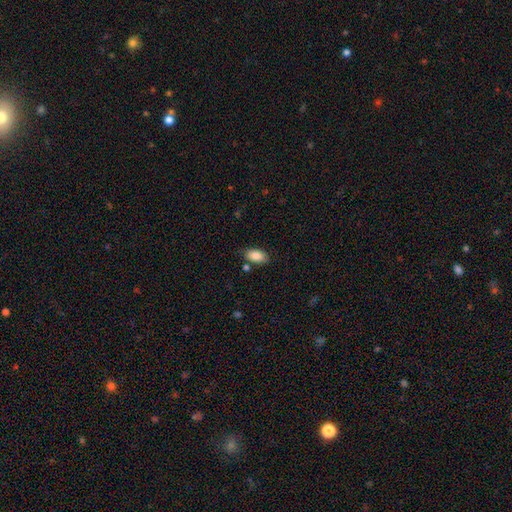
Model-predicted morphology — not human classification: This is clearly a smooth galaxy (87%). How rounded: clearly in between (92%). Merging: likely none (78%).